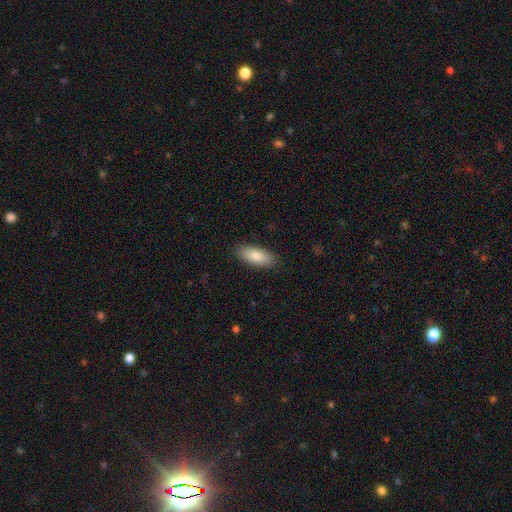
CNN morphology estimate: Overall: smooth (83%). How rounded: in between (80%). Merging: none (88%).